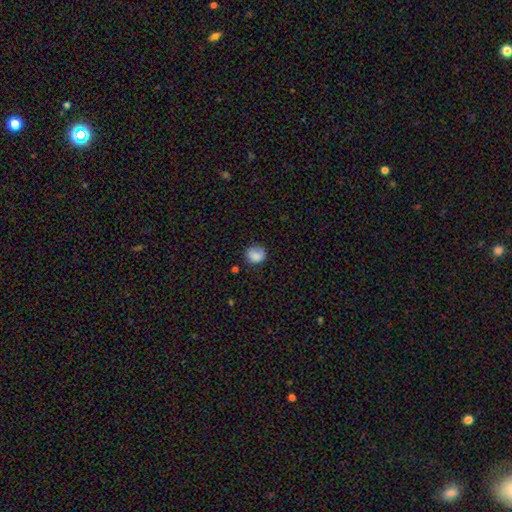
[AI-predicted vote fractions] smooth 86%, star or artifact 9%, featured or disk 5%. Down the decision tree: how rounded — round (77%); merging — none (75%).